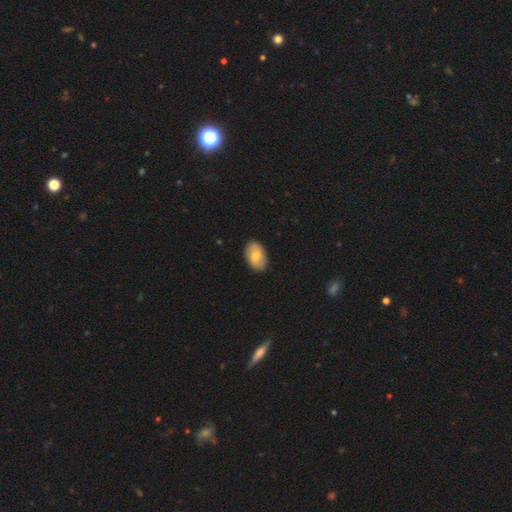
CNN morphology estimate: This appears to be a smooth galaxy with no disk features (71%) that is in between round and cigar-shaped (91%). Merging: none (88%).